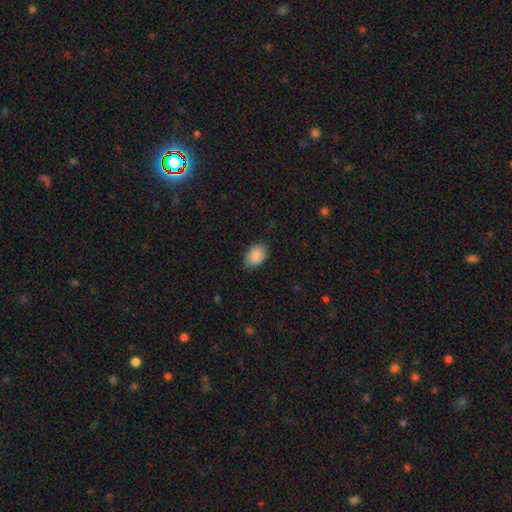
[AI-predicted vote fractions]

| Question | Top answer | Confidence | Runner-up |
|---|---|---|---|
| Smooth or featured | smooth | 89% | star or artifact (7%) |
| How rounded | in between | 83% | round (16%) |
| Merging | none | 81% | minor disturbance (15%) |